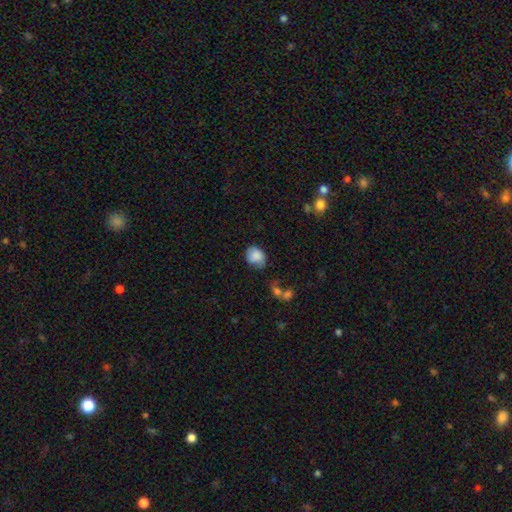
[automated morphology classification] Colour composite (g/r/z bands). It shows a smooth galaxy with no disk features (84%) that is in between round and cigar-shaped (50%). Merging: none (54%).